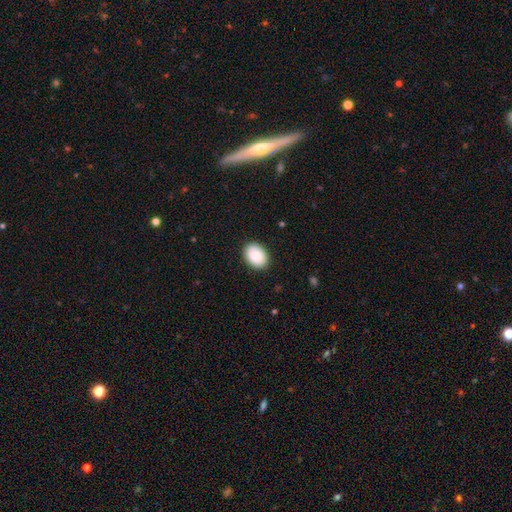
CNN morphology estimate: smooth_or_featured: smooth (p=0.86) [alt: featured or disk p=0.08]
how_rounded: in between (p=0.77) [alt: round p=0.22]
merging: none (p=0.89) [alt: minor disturbance p=0.08]